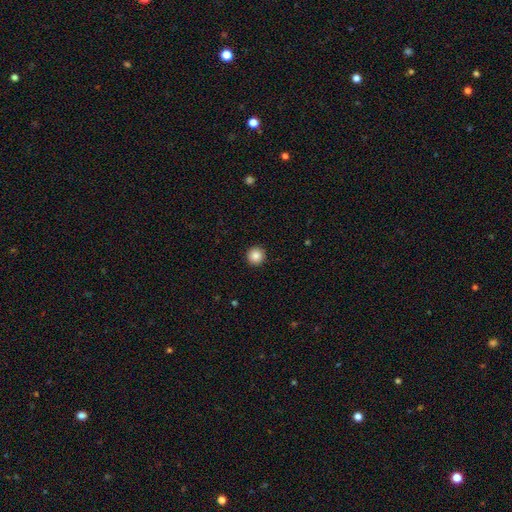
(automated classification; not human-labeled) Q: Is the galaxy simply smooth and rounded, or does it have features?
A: smooth — 86%.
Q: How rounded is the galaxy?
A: round — 96%.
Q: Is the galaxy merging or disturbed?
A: none — 93%.